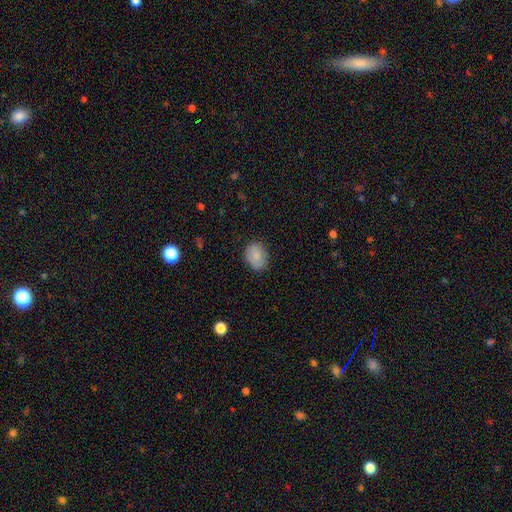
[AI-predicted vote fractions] Smooth or featured? Predicted: smooth (p=0.87). How rounded? Predicted: in between (p=0.55). Merging? Predicted: none (p=0.82).